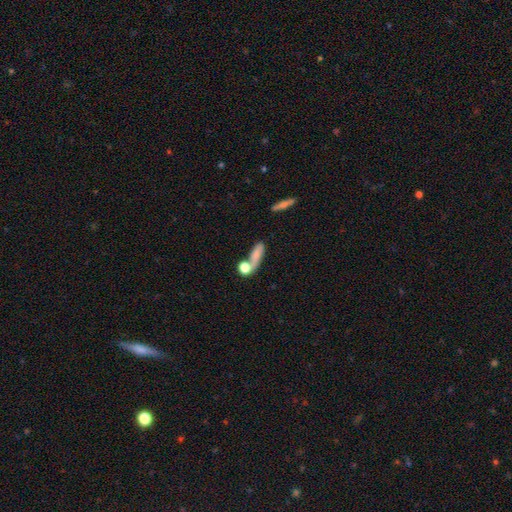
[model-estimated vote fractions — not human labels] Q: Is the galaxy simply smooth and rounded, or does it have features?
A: smooth — 70%.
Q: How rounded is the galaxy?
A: in between — 53%.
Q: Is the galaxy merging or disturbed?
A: none — 42%.